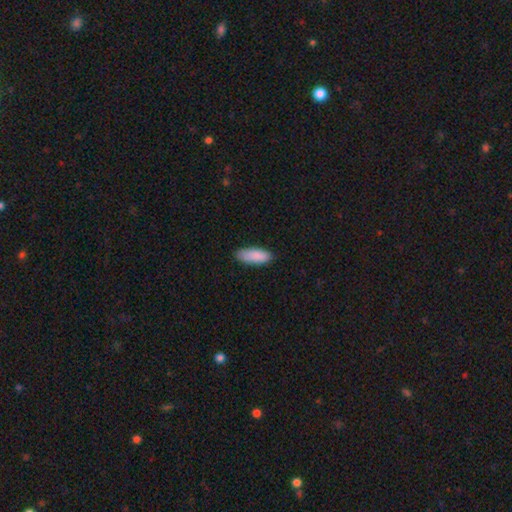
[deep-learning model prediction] The model was most divided on "how rounded": in between: 72%, cigar-shaped: 27%, round: 2%. More confident: smooth or featured — smooth (89%); merging — none (83%).